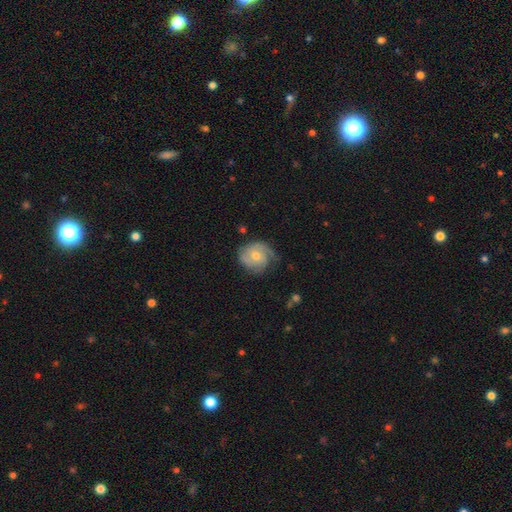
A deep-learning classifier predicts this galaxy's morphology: type=featured or disk (69%); edge-on=no (97%); bar=no (67%); spiral arms=yes (92%); winding=tight (52%); arm count=2 (34%); bulge=moderate (59%); merging=none (62%).